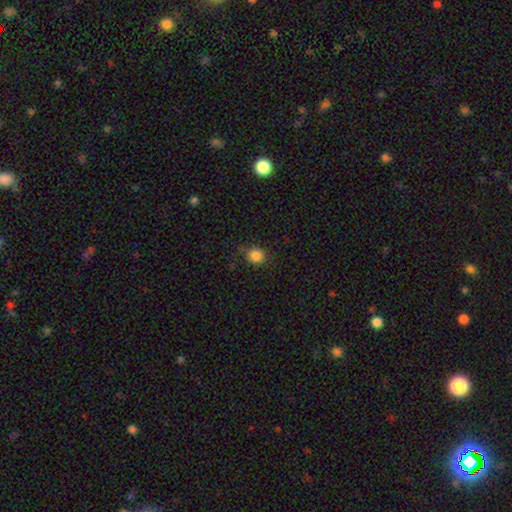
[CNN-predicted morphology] Q: Smooth or featured?
A: smooth (84%); runner-up: star or artifact (12%)
Q: How rounded?
A: round (86%); runner-up: in between (13%)
Q: Merging?
A: none (77%); runner-up: minor disturbance (17%)